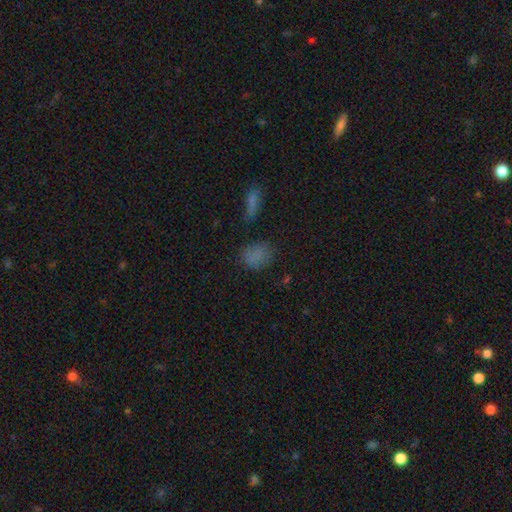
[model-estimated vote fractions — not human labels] Smooth or featured? Predicted: smooth (p=0.78). How rounded? Predicted: in between (p=0.54). Merging? Predicted: none (p=0.73).